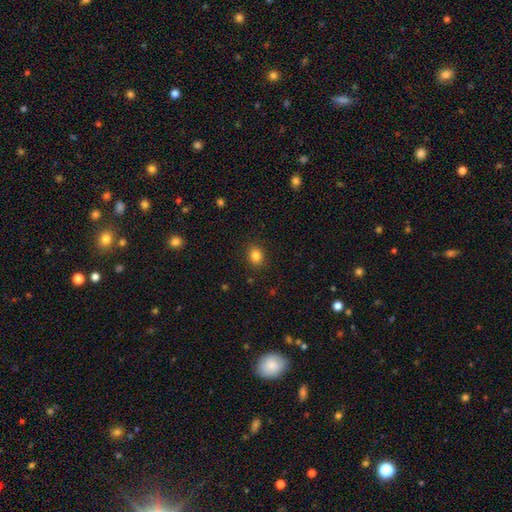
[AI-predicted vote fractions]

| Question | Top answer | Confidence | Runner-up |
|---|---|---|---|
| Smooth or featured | smooth | 84% | star or artifact (12%) |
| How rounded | round | 62% | in between (37%) |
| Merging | none | 88% | minor disturbance (8%) |